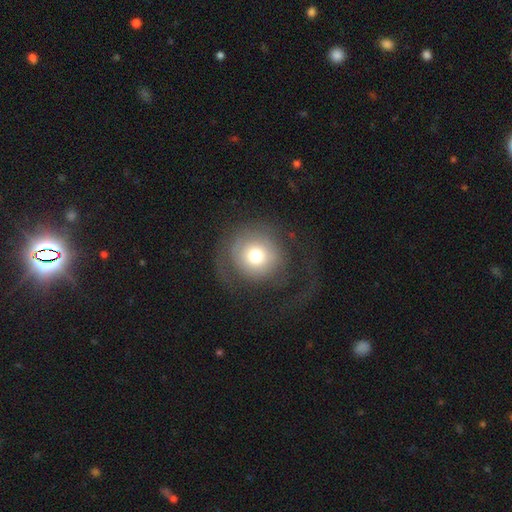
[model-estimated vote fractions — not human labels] Morphology: type=smooth (60%); roundness=round (92%); merging=none (56%).